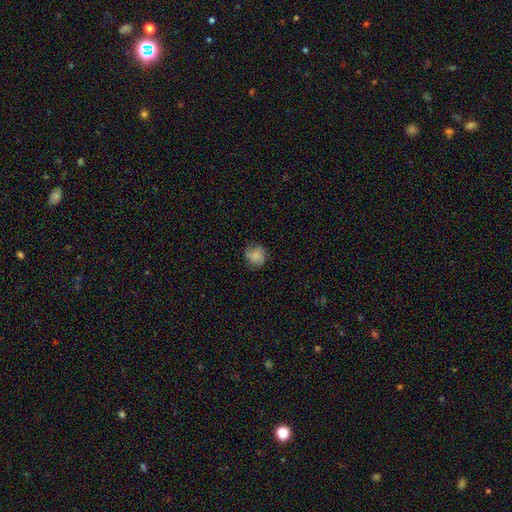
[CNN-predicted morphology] smooth-or-featured: smooth: 80% | featured or disk: 12% | star or artifact: 9%
  how-rounded: round: 84% | in between: 15% | cigar-shaped: 1%
  merging: none: 76% | minor disturbance: 19% | major disturbance: 5% | merger: 1%